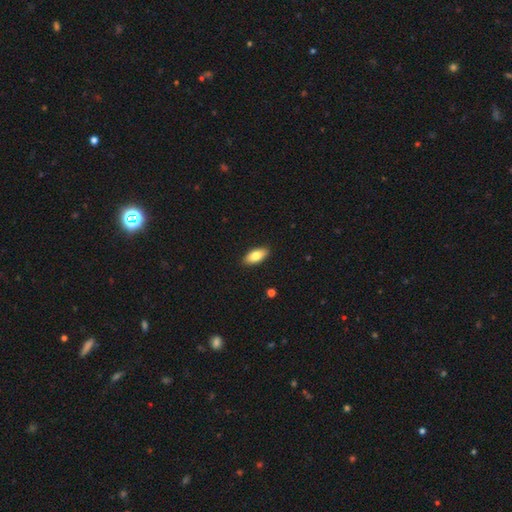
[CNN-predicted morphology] Q: Smooth or featured?
A: smooth (79%); runner-up: featured or disk (14%)
Q: How rounded?
A: in between (89%); runner-up: cigar-shaped (8%)
Q: Merging?
A: none (90%); runner-up: minor disturbance (8%)